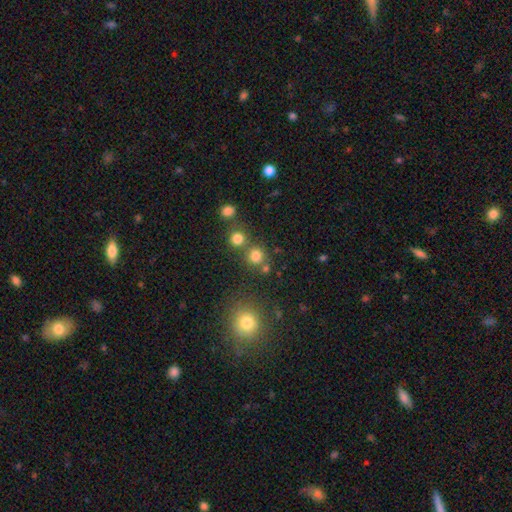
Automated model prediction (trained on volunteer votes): Smooth or featured? Predicted: smooth (p=0.77). How rounded? Predicted: round (p=0.91). Merging? Predicted: none (p=0.70).